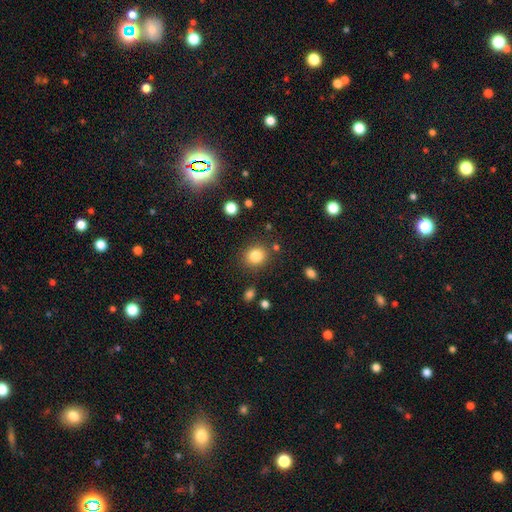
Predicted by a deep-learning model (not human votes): Smooth or featured: smooth — 83% (star or artifact — 11%)
How rounded: round — 77% (in between — 22%)
Merging: none — 84% (minor disturbance — 9%)